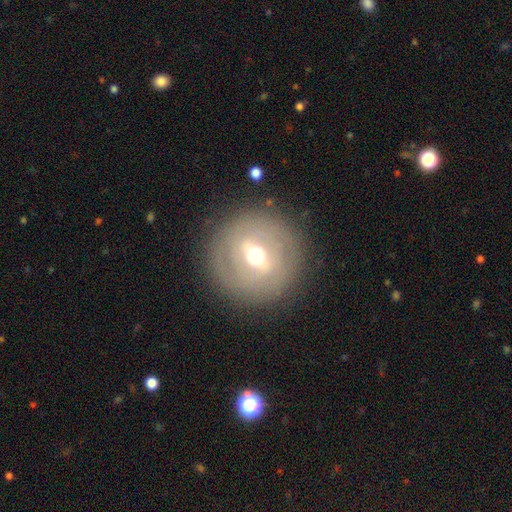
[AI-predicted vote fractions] Q: Smooth or featured?
A: featured or disk (57%); runner-up: smooth (33%)
Q: Edge-on disk?
A: no (89%); runner-up: yes (11%)
Q: Bar?
A: weak (49%); runner-up: strong (31%)
Q: Spiral arms?
A: no (67%); runner-up: yes (33%)
Q: Bulge size?
A: moderate (72%); runner-up: small (18%)
Q: Merging?
A: none (86%); runner-up: minor disturbance (9%)